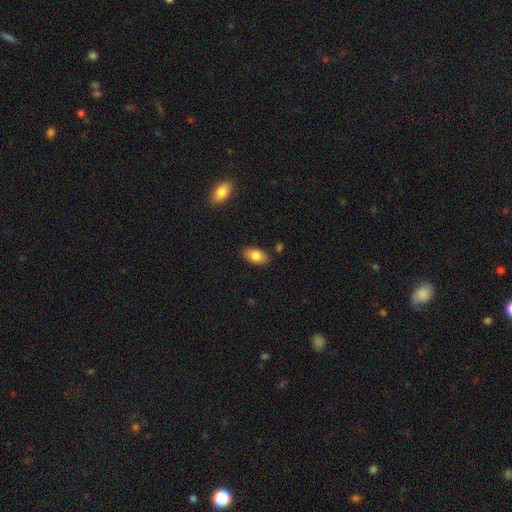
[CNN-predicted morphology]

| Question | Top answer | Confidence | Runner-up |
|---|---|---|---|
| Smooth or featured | smooth | 82% | featured or disk (11%) |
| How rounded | in between | 93% | round (4%) |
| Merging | none | 86% | minor disturbance (10%) |